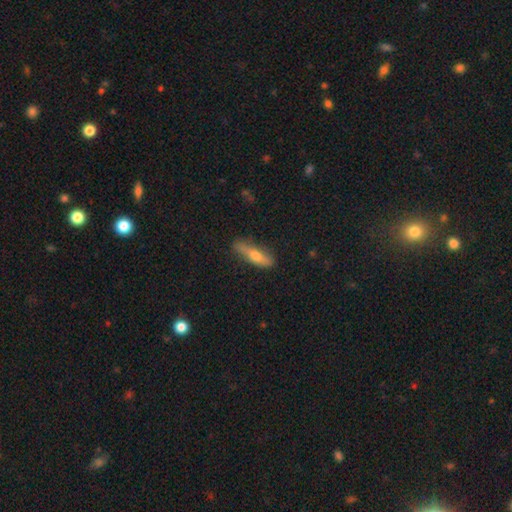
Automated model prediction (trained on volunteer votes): This appears to be a smooth galaxy with no disk features (56%) that is cigar-shaped (72%). Merging: none (77%).